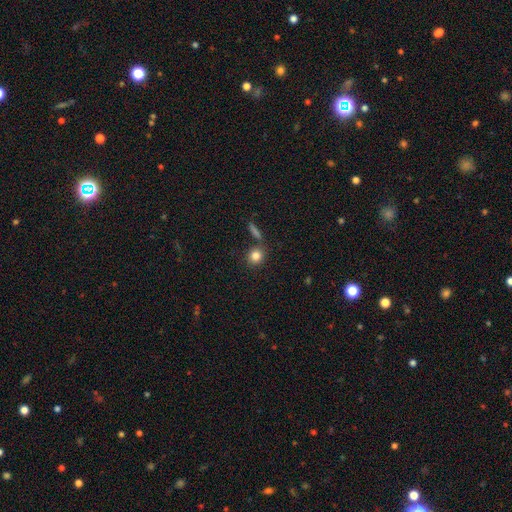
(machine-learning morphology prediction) A smooth galaxy with no disk features (83%) that is round (83%).

Vote fractions:
- Smooth or featured? smooth: 83% / star or artifact: 10% / featured or disk: 6%
- How rounded? round: 83% / in between: 15% / cigar-shaped: 2%
- Merging? none: 76% / merger: 12% / minor disturbance: 10% / major disturbance: 3%